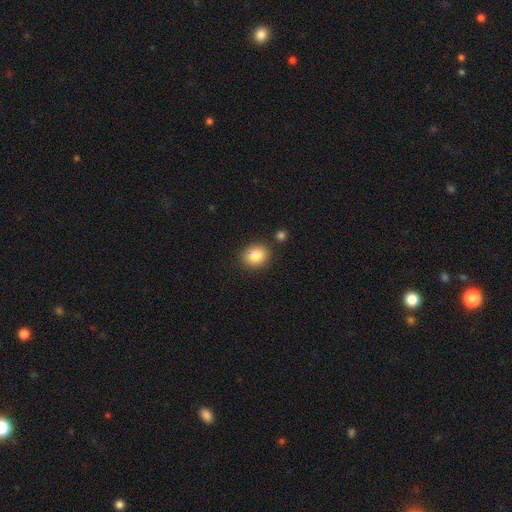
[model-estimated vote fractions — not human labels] smooth 85%, star or artifact 9%, featured or disk 6%. Down the decision tree: how rounded — round (64%); merging — none (82%).